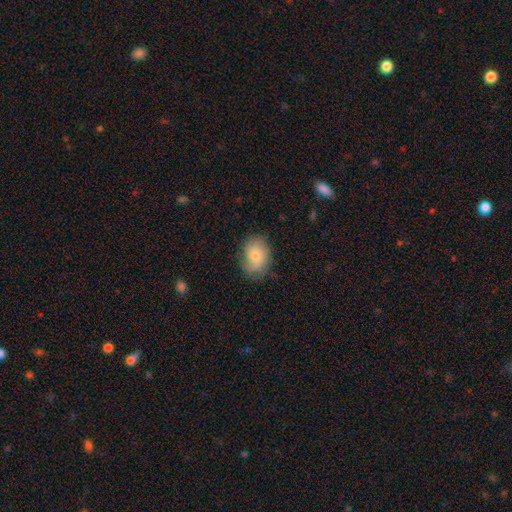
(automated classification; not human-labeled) Overall: smooth (69%). How rounded: in between (69%; round 30%). Merging: none (71%).